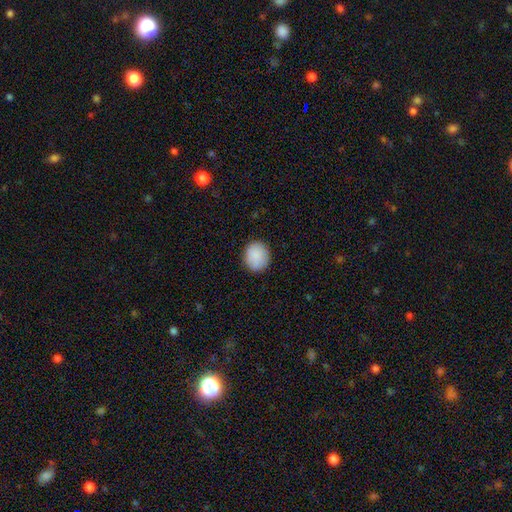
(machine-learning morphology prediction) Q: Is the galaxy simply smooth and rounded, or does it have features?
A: smooth — 88%.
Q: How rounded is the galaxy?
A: round — 72%.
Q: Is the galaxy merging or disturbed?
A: none — 86%.